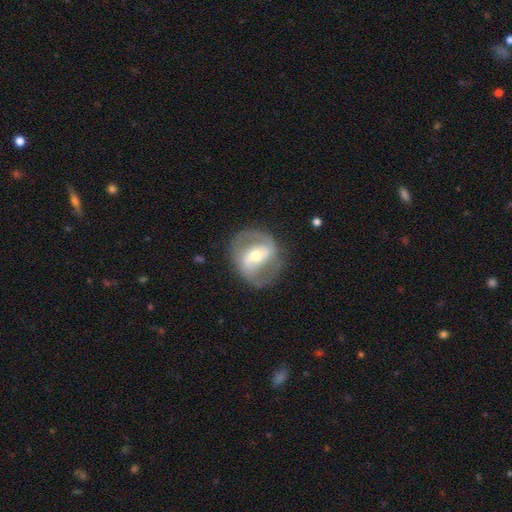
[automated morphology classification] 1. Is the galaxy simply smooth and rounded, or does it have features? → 76% featured or disk, 18% smooth, 6% star or artifact.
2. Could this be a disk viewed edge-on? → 96% no, 4% yes.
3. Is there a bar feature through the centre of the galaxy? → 44% strong, 36% weak, 21% no.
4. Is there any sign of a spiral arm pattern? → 77% yes, 23% no.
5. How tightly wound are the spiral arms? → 48% medium, 28% loose, 24% tight.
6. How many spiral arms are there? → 85% 2, 8% can't tell, 4% 1, 1% 3, 1% 4, 1% more than 4.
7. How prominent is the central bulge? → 65% moderate, 26% small, 7% large, 1% dominant, 1% none.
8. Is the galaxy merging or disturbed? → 74% none, 15% minor disturbance, 10% major disturbance, 1% merger.